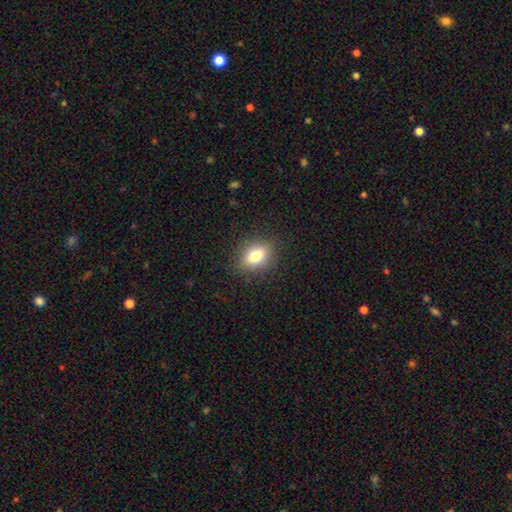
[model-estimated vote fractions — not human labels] Smooth or featured? Predicted: smooth (p=0.76). How rounded? Predicted: in between (p=0.68). Merging? Predicted: none (p=0.86).